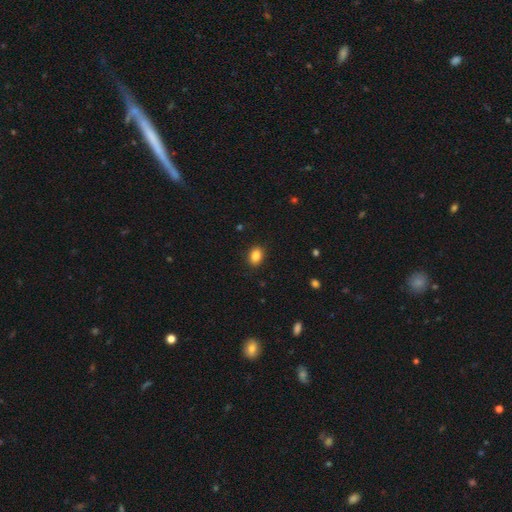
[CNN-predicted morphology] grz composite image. It shows a smooth galaxy with no disk features (87%) that is in between round and cigar-shaped (74%). Merging: none (88%).